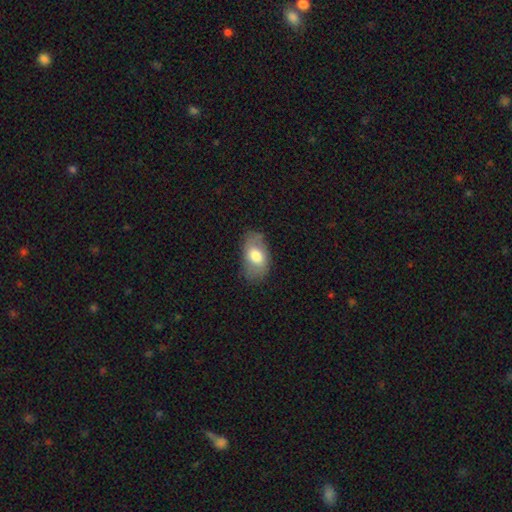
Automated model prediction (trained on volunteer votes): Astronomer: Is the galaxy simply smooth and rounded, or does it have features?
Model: smooth — 70%.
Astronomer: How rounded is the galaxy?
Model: in between — 91%.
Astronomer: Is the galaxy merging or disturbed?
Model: none — 70%.